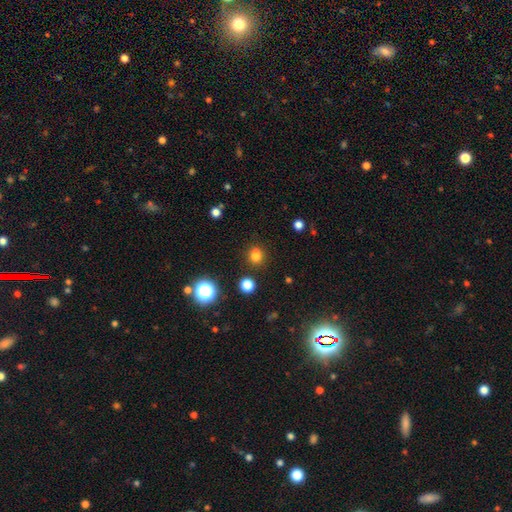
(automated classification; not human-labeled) smooth_or_featured: smooth (p=0.77) [alt: star or artifact p=0.18]
how_rounded: round (p=0.78) [alt: in between p=0.21]
merging: none (p=0.81) [alt: minor disturbance p=0.10]